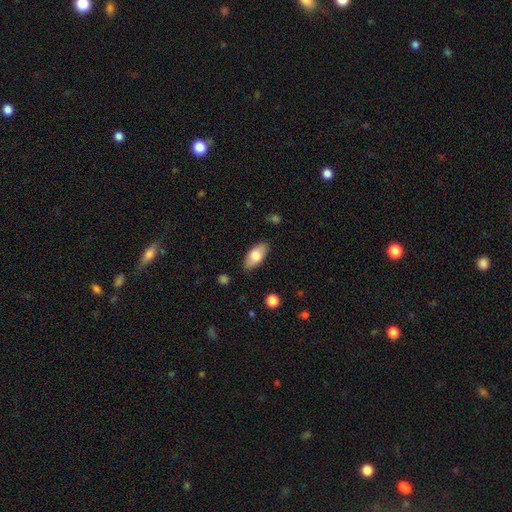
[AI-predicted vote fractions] Q: Smooth or featured?
A: smooth (75%); runner-up: featured or disk (19%)
Q: How rounded?
A: in between (90%); runner-up: cigar-shaped (7%)
Q: Merging?
A: none (85%); runner-up: minor disturbance (12%)